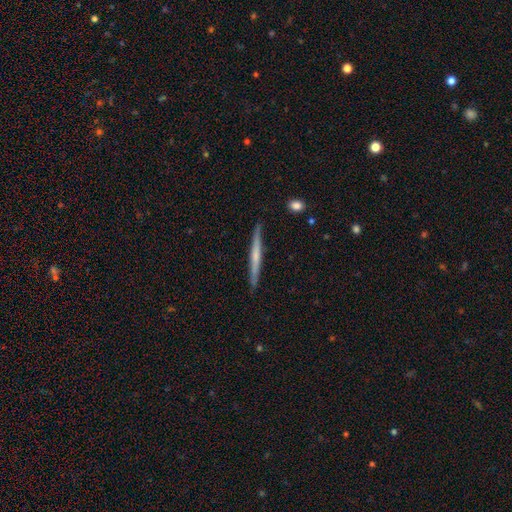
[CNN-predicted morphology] featured or disk 54%, smooth 40%, star or artifact 5%. Down the decision tree: edge-on disk — yes (97%); edge-on bulge — none (63%); merging — none (90%).